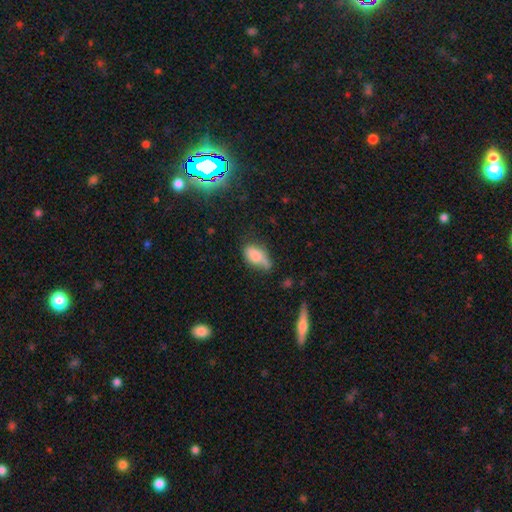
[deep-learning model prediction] smooth_or_featured: smooth (p=0.73) [alt: featured or disk p=0.18]
how_rounded: in between (p=0.86) [alt: cigar-shaped p=0.09]
merging: none (p=0.39) [alt: minor disturbance p=0.38]